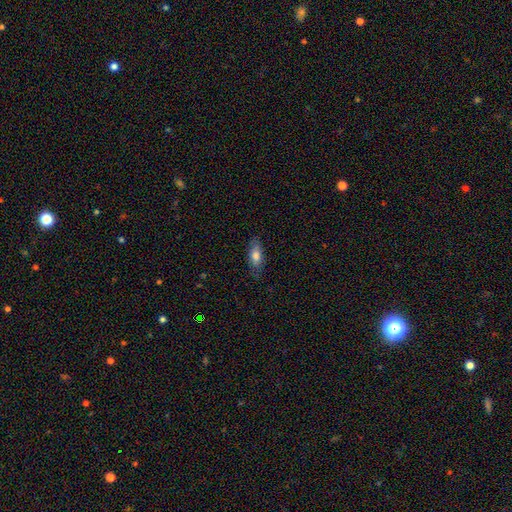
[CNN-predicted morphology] Smooth or featured? smooth (77%)
How rounded? in between (75%)
Merging? none (80%)